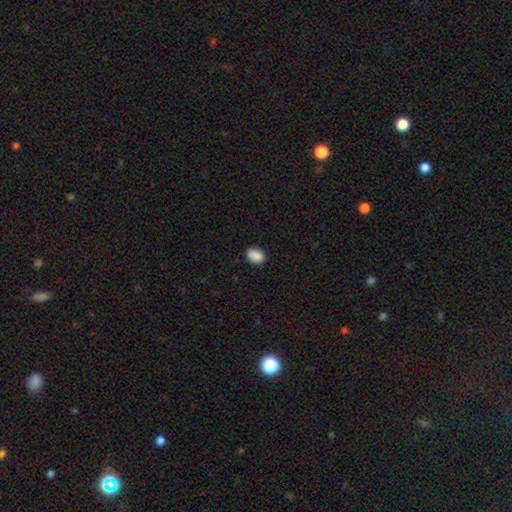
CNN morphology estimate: This is clearly a smooth galaxy (88%). How rounded: likely in between (72%). Merging: likely none (80%).